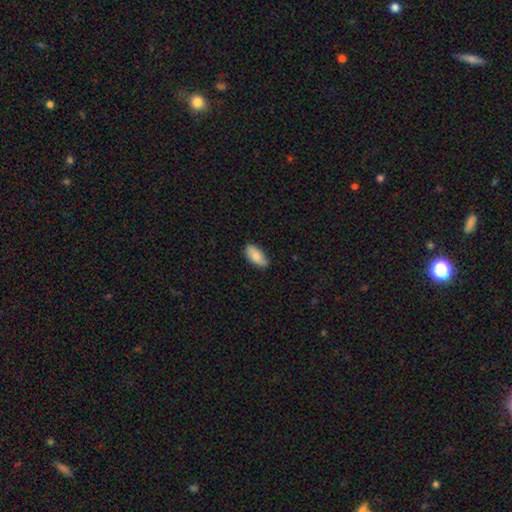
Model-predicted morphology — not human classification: smooth 86%, featured or disk 8%, star or artifact 6%. Down the decision tree: how rounded — in between (90%); merging — none (80%).